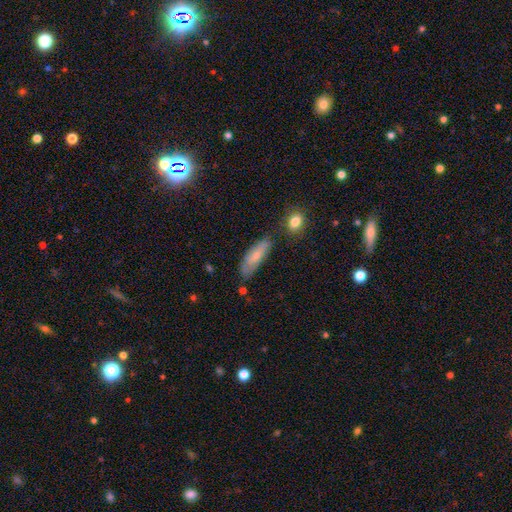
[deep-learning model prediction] smooth_or_featured: smooth (p=0.70) [alt: featured or disk p=0.23]
how_rounded: in between (p=0.57) [alt: cigar-shaped p=0.41]
merging: none (p=0.68) [alt: minor disturbance p=0.22]